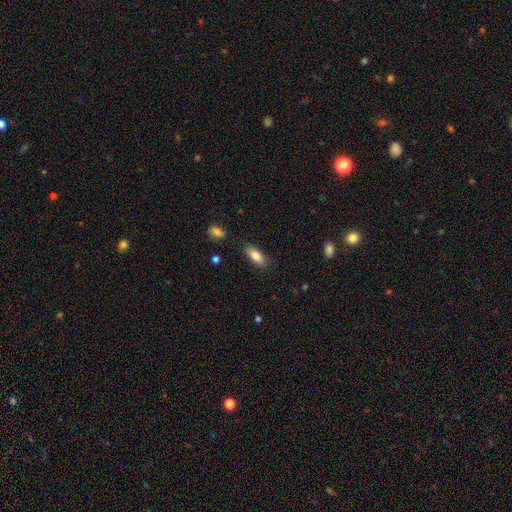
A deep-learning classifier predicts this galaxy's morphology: Smooth or featured?
  - smooth: 83% *
  - featured or disk: 9%
  - star or artifact: 7%
How rounded?
  - in between: 79% *
  - cigar-shaped: 19%
  - round: 2%
Merging?
  - none: 82% *
  - minor disturbance: 14%
  - major disturbance: 3%
  - merger: 2%